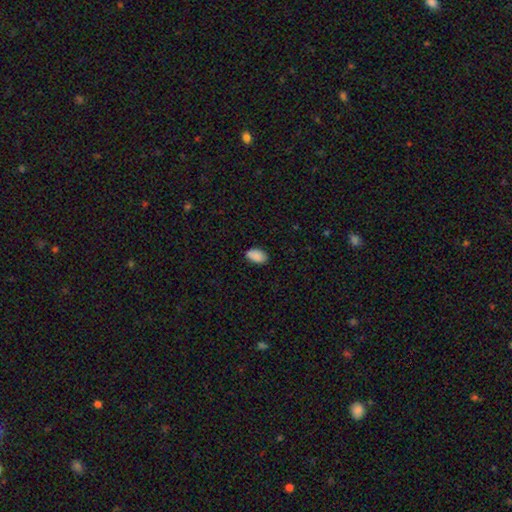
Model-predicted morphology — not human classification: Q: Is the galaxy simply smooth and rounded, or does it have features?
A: smooth — 88%.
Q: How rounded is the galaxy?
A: in between — 93%.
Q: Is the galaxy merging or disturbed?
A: none — 81%.